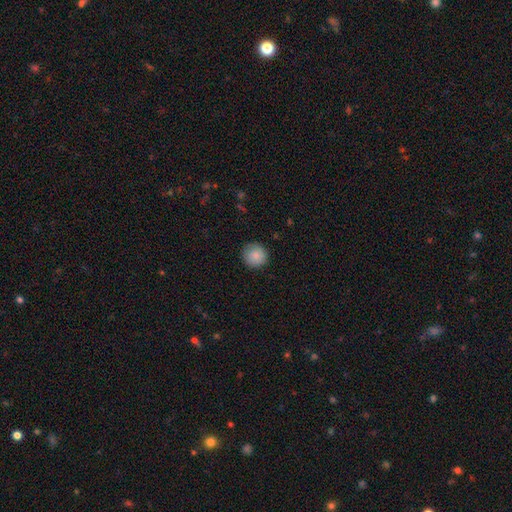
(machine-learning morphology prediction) The model was most divided on "smooth or featured": smooth: 87%, star or artifact: 8%, featured or disk: 5%. More confident: how rounded — round (94%); merging — none (88%).